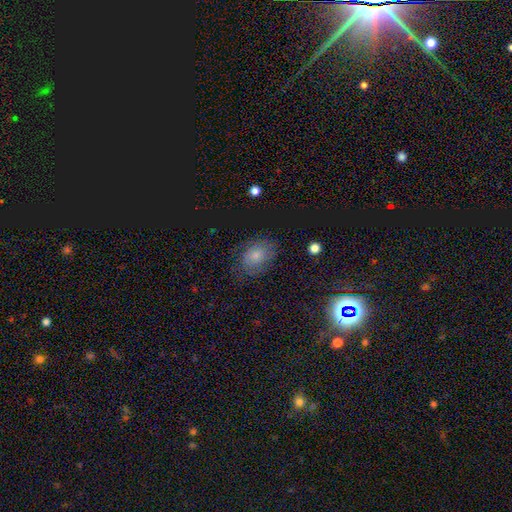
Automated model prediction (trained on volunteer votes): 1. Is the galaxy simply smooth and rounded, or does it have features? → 64% smooth, 24% featured or disk, 13% star or artifact.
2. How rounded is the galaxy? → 71% in between, 28% round, 1% cigar-shaped.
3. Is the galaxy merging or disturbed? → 68% none, 20% minor disturbance, 10% major disturbance, 1% merger.